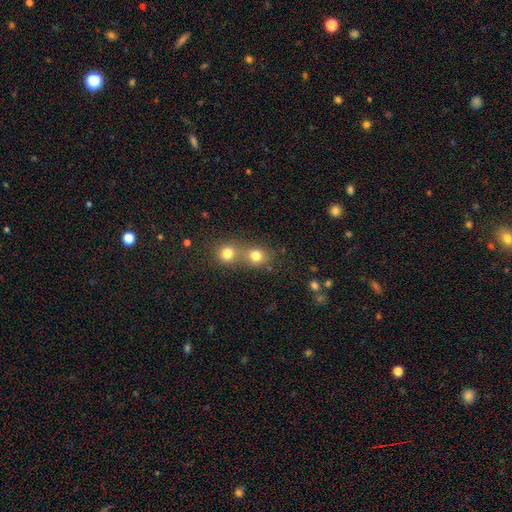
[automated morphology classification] smooth_or_featured: smooth (p=0.78) [alt: star or artifact p=0.13]
how_rounded: round (p=0.81) [alt: in between p=0.18]
merging: merger (p=0.53) [alt: none p=0.38]